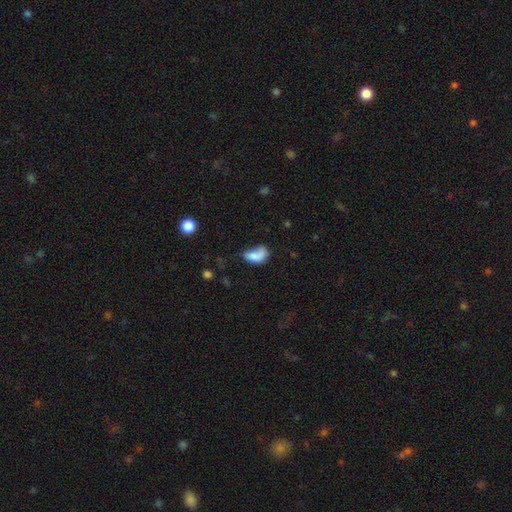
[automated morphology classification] This is likely a smooth galaxy (74%). How rounded: clearly in between (89%). Merging: marginally none (30%, tied with minor disturbance).